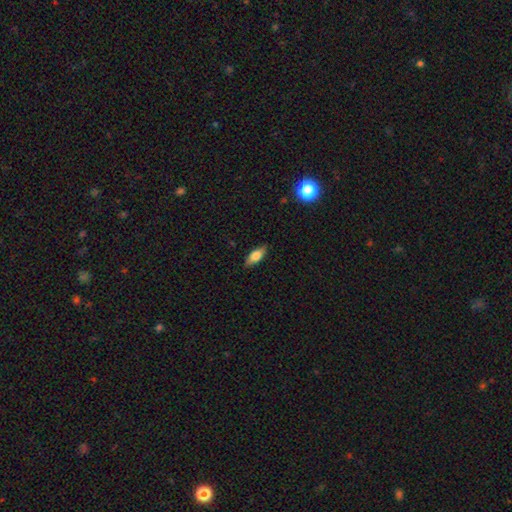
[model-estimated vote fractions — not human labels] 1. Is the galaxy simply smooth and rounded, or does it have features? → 75% smooth, 18% featured or disk, 7% star or artifact.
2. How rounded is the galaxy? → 75% in between, 22% cigar-shaped, 3% round.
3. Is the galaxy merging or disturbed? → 84% none, 12% minor disturbance, 2% major disturbance, 1% merger.